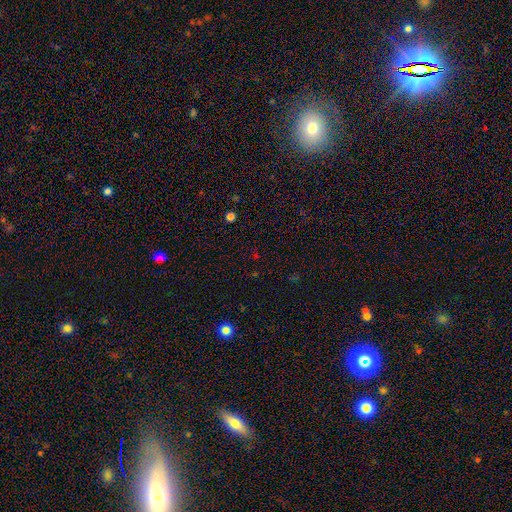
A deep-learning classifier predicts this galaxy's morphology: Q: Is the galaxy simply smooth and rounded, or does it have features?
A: star or artifact — 61%.